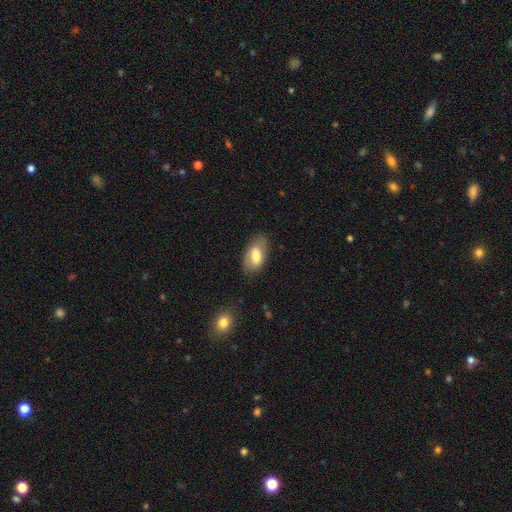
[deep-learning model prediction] smooth_or_featured: smooth (p=0.66) [alt: featured or disk p=0.27]
how_rounded: in between (p=0.91) [alt: round p=0.05]
merging: none (p=0.74) [alt: minor disturbance p=0.19]